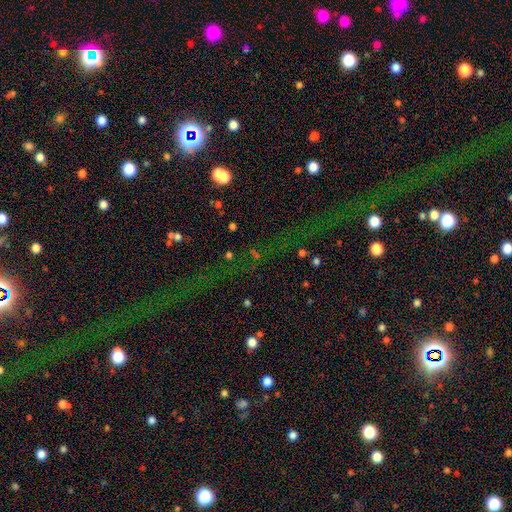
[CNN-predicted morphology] Smooth or featured? Predicted: star or artifact (p=0.79).